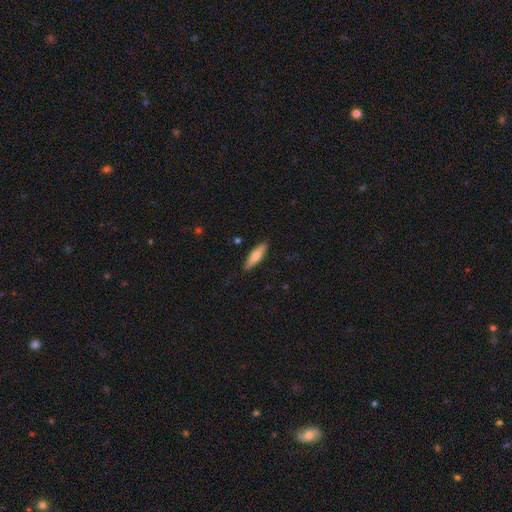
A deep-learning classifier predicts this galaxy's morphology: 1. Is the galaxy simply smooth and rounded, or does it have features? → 68% smooth, 26% featured or disk, 6% star or artifact.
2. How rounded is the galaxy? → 67% cigar-shaped, 31% in between, 2% round.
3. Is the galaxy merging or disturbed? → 88% none, 9% minor disturbance, 2% major disturbance, 1% merger.